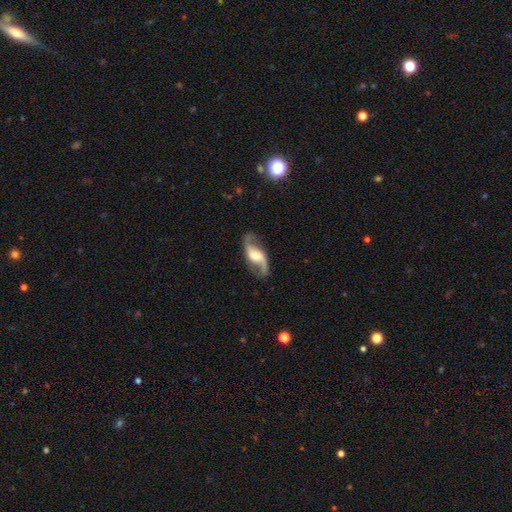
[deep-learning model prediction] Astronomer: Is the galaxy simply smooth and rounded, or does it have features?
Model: featured or disk — 86%.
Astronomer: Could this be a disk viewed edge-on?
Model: no — 94%.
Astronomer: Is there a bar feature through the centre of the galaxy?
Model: weak — 43% (runner-up: no, 35%).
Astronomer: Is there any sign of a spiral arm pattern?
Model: yes — 96%.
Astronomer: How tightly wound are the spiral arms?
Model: loose — 67%.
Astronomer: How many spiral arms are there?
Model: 2 — 93%.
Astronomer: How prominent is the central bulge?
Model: moderate — 40% (runner-up: large, 28%).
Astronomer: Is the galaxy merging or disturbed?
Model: none — 79%.